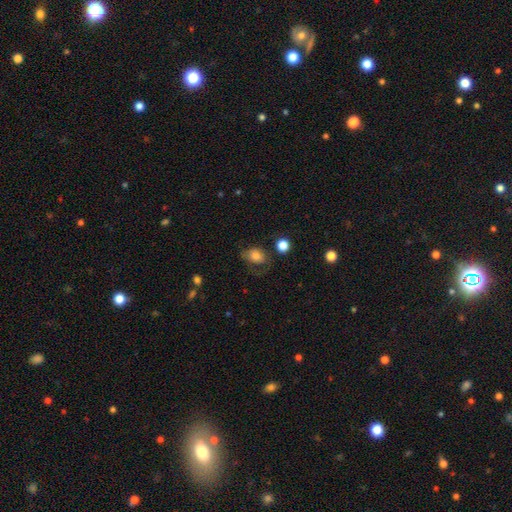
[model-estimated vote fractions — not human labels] smooth 74%, featured or disk 16%, star or artifact 10%. Down the decision tree: how rounded — in between (68%); merging — none (50%).